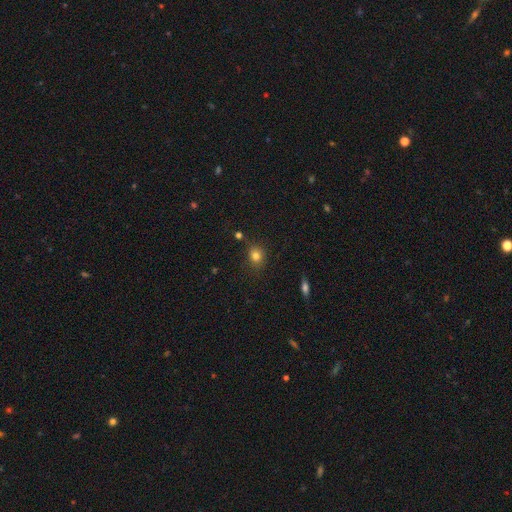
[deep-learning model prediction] smooth-or-featured: smooth: 80% | star or artifact: 13% | featured or disk: 7%
  how-rounded: round: 73% | in between: 25% | cigar-shaped: 1%
  merging: none: 79% | minor disturbance: 13% | merger: 4% | major disturbance: 4%